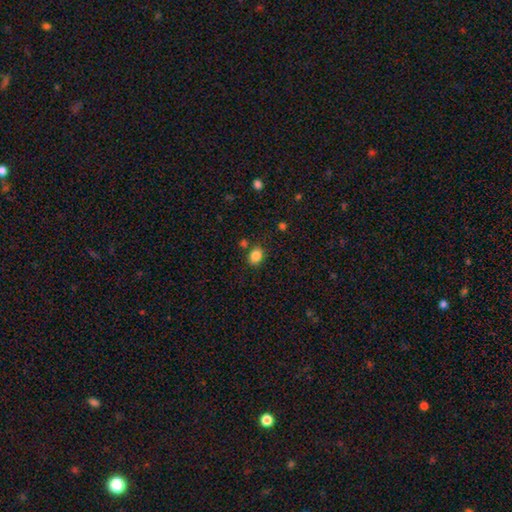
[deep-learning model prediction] smooth_or_featured: smooth (p=0.86) [alt: star or artifact p=0.10]
how_rounded: in between (p=0.54) [alt: round p=0.45]
merging: none (p=0.79) [alt: minor disturbance p=0.12]